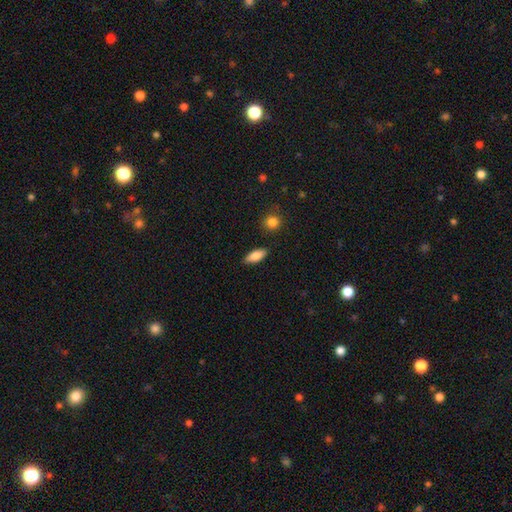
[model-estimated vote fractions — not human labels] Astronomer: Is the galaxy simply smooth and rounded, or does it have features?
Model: smooth — 85%.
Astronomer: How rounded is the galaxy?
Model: in between — 78%.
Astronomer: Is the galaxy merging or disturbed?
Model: none — 87%.